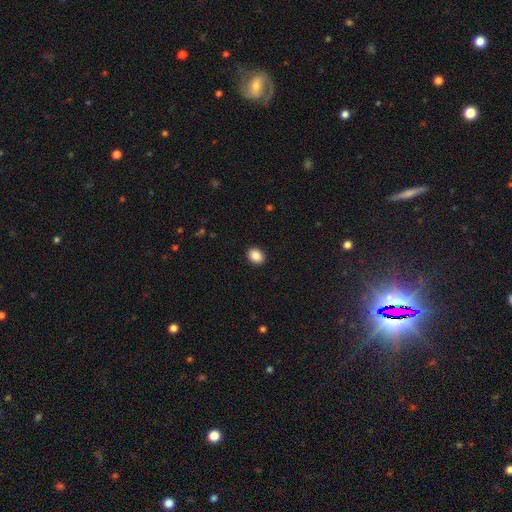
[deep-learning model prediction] A smooth galaxy with no disk features (89%) that is in between round and cigar-shaped (62%). Merging: none (92%).